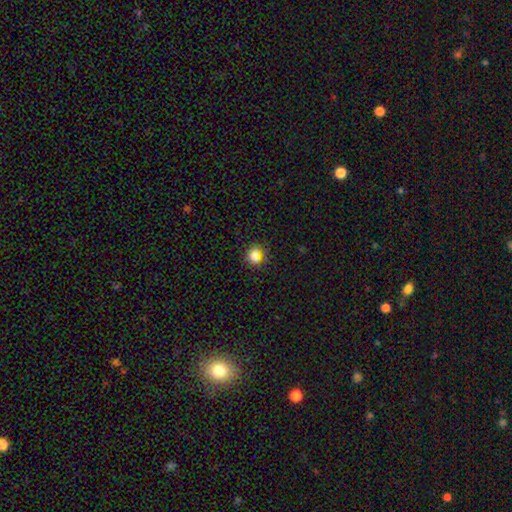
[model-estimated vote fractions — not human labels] smooth 75%, star or artifact 20%, featured or disk 5%. Down the decision tree: how rounded — round (77%); merging — none (82%).